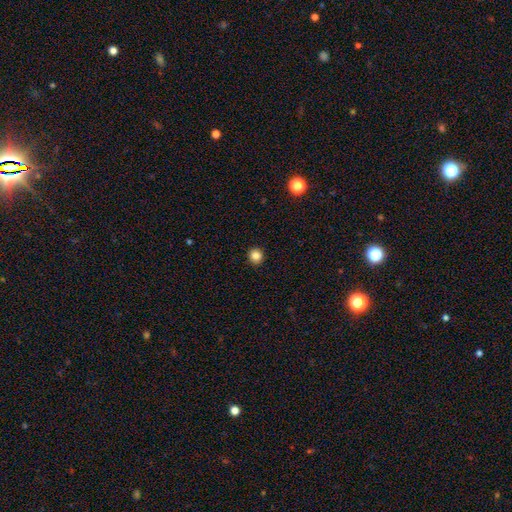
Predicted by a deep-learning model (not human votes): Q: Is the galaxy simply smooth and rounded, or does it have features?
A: smooth — 84%.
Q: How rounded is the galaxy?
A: round — 91%.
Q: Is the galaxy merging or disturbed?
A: none — 93%.